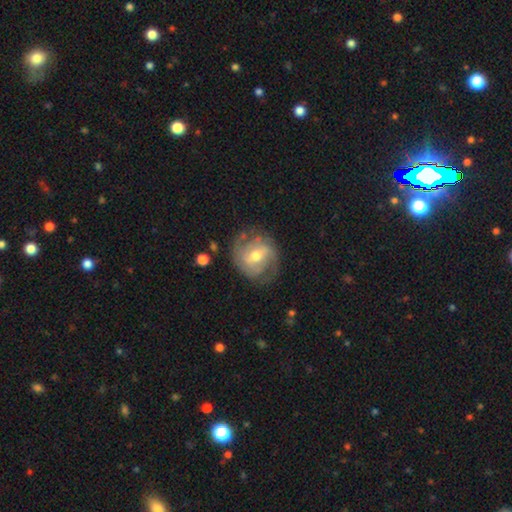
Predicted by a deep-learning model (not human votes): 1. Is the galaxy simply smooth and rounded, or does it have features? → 78% featured or disk, 16% smooth, 6% star or artifact.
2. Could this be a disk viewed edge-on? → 97% no, 3% yes.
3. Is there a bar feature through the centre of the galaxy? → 48% weak, 35% no, 17% strong.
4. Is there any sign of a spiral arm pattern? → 90% yes, 10% no.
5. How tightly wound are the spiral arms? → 46% tight, 41% medium, 14% loose.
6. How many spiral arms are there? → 56% 2, 20% can't tell, 14% 3, 4% 1, 4% 4, 3% more than 4.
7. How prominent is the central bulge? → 72% moderate, 21% small, 6% large, 1% none, 1% dominant.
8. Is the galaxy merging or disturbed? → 72% none, 18% minor disturbance, 9% major disturbance, 2% merger.